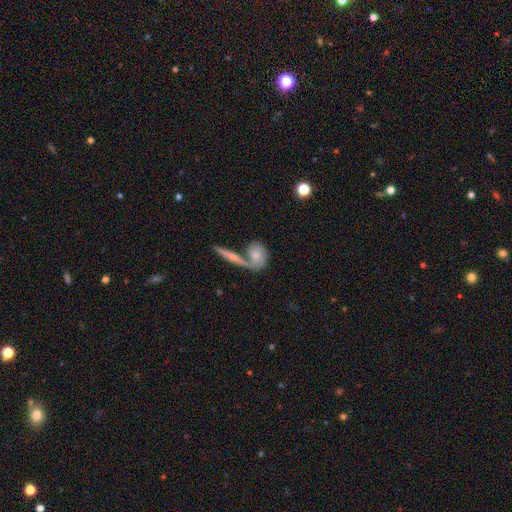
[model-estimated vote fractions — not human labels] smooth 53%, featured or disk 39%, star or artifact 7%. Down the decision tree: how rounded — in between (44%); merging — merger (41%).